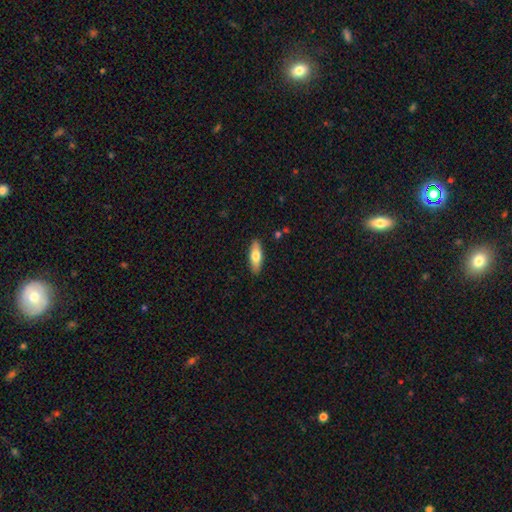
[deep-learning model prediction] Morphology: type=smooth (67%); roundness=in between (57%); merging=none (89%).